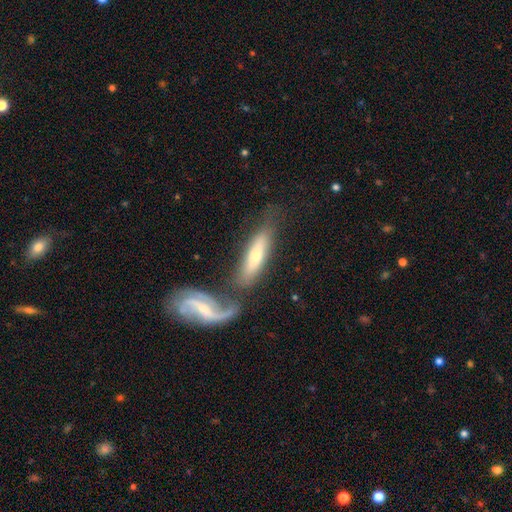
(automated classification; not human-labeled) featured or disk 58%, smooth 35%, star or artifact 7%. Down the decision tree: edge-on disk — no (57%); merging — none (40%, tied with merger).